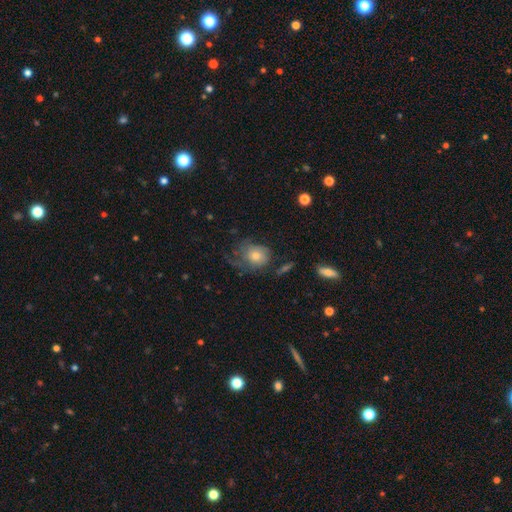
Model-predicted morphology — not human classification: This appears to be a smooth galaxy with no disk features (50%) that is round (67%). Merging: none (44%).